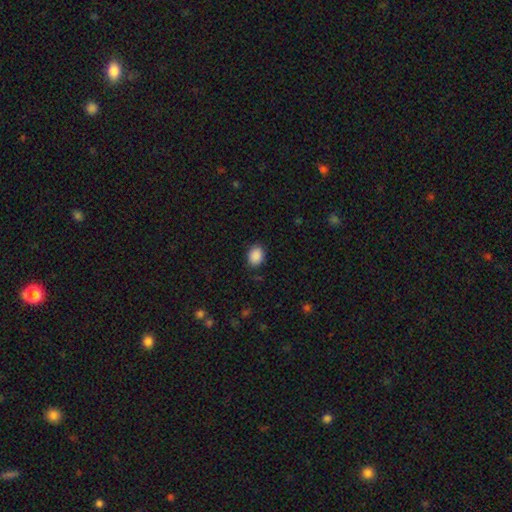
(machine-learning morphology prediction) Overall: smooth (89%). How rounded: in between (64%; round 35%). Merging: none (86%).